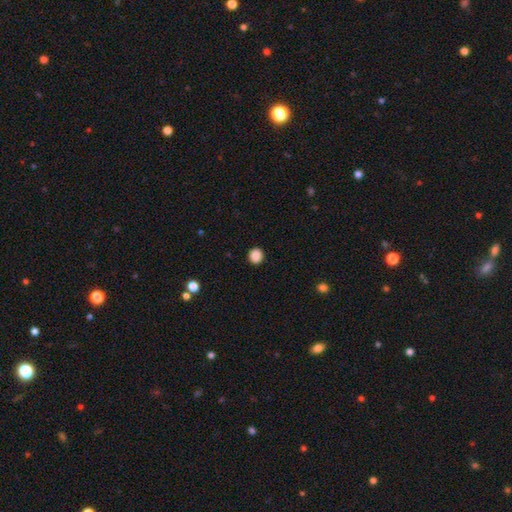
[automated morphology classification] Smooth or featured? Predicted: smooth (p=0.88). How rounded? Predicted: round (p=0.92). Merging? Predicted: none (p=0.92).